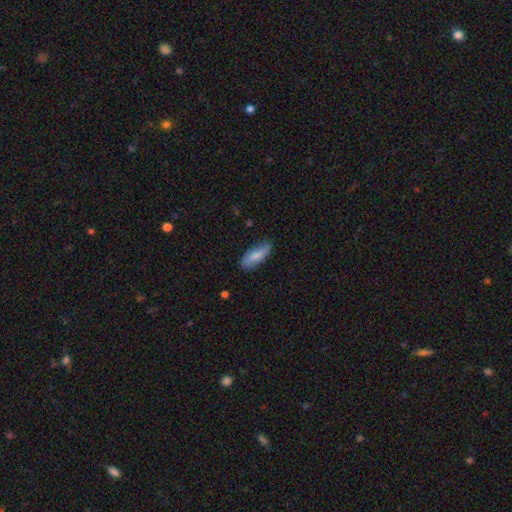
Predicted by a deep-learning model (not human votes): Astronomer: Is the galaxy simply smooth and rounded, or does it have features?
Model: smooth — 78%.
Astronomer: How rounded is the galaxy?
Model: in between — 72%.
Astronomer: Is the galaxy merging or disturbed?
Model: none — 78%.